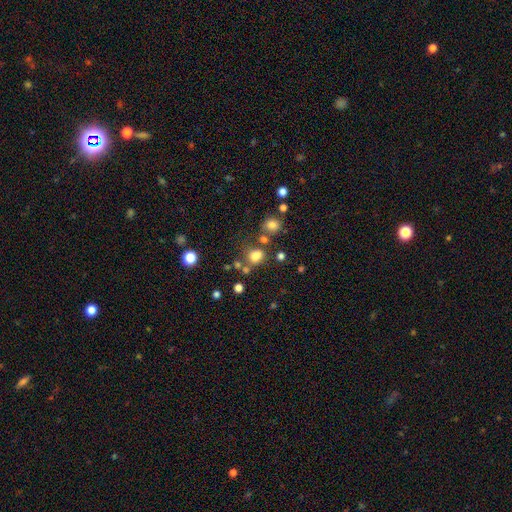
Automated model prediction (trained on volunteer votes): The model was most divided on "how rounded": round: 54%, in between: 45%, cigar-shaped: 1%. More confident: smooth or featured — smooth (75%); merging — none (59%).